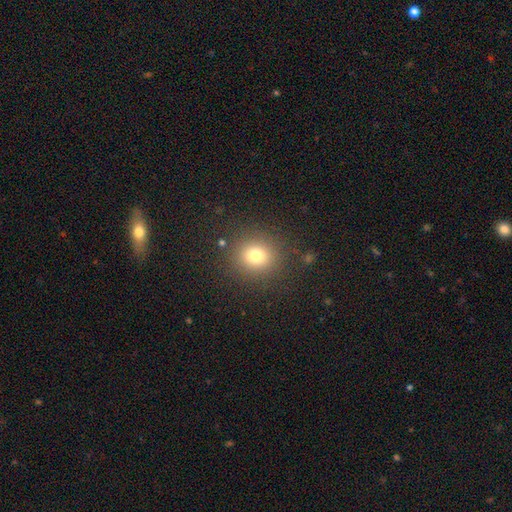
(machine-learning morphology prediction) A smooth galaxy with no disk features (76%) that is round (85%).

Vote fractions:
- Smooth or featured? smooth: 76% / star or artifact: 16% / featured or disk: 9%
- How rounded? round: 85% / in between: 14% / cigar-shaped: 1%
- Merging? none: 87% / minor disturbance: 7% / major disturbance: 4% / merger: 2%